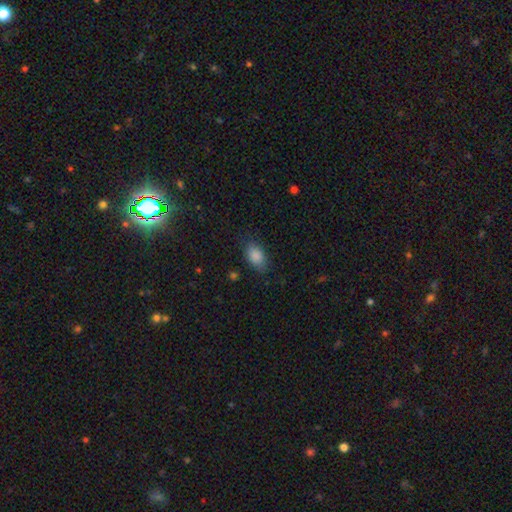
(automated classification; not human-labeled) Q: Smooth or featured?
A: smooth (88%); runner-up: star or artifact (8%)
Q: How rounded?
A: in between (88%); runner-up: round (10%)
Q: Merging?
A: none (80%); runner-up: minor disturbance (15%)